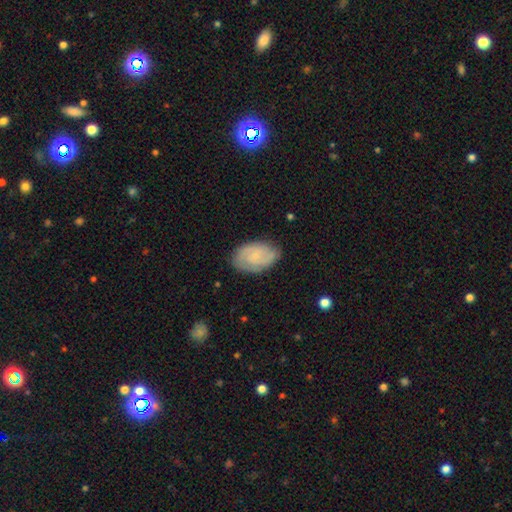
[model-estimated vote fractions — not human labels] Smooth or featured?
  - featured or disk: 61% *
  - smooth: 32%
  - star or artifact: 7%
Edge-on disk?
  - no: 97% *
  - yes: 3%
Bar?
  - no: 67% *
  - weak: 29%
  - strong: 4%
Spiral arms?
  - yes: 90% *
  - no: 10%
Spiral winding?
  - tight: 52% *
  - medium: 37%
  - loose: 12%
Spiral arm count?
  - 2: 55% *
  - can't tell: 25%
  - 3: 11%
  - 1: 4%
  - 4: 3%
  - more than 4: 3%
Bulge size?
  - small: 74% *
  - moderate: 12%
  - none: 12%
  - large: 1%
  - dominant: 1%
Merging?
  - none: 78% *
  - minor disturbance: 17%
  - major disturbance: 4%
  - merger: 1%